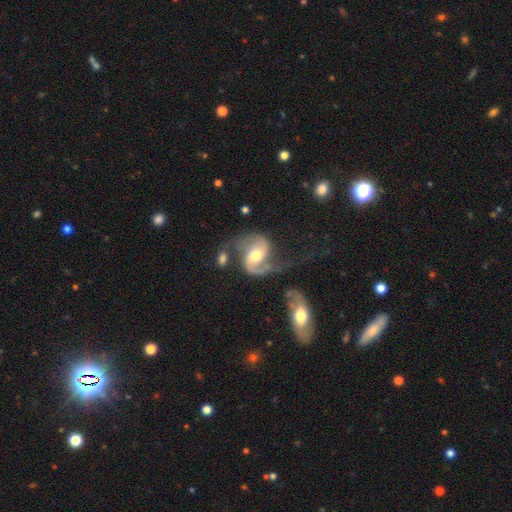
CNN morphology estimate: Smooth or featured? Predicted: featured or disk (p=0.88). Edge-on disk? Predicted: no (p=0.98). Bar? Predicted: no (p=0.45). Spiral arms? Predicted: yes (p=0.96). Spiral winding? Predicted: medium (p=0.48). Spiral arm count? Predicted: 2 (p=0.91). Bulge size? Predicted: moderate (p=0.71). Merging? Predicted: none (p=0.46).